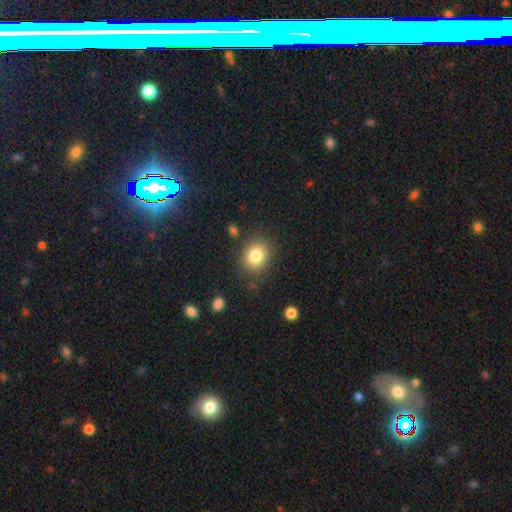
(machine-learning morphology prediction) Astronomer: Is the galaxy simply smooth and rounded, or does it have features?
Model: smooth — 82%.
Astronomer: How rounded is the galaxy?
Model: round — 61% (runner-up: in between, 38%).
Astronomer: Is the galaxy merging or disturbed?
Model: none — 83%.